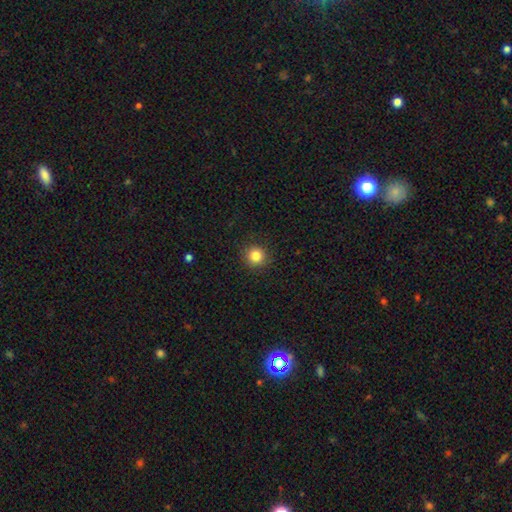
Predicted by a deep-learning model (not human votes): A smooth galaxy with no disk features (85%) that is round (94%). Merging: none (91%).